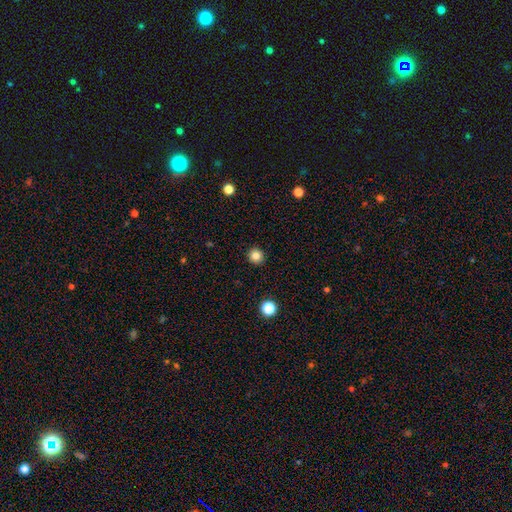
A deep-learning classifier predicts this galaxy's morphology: This appears to be a smooth galaxy with no disk features (83%) that is round (92%). Merging: none (92%).